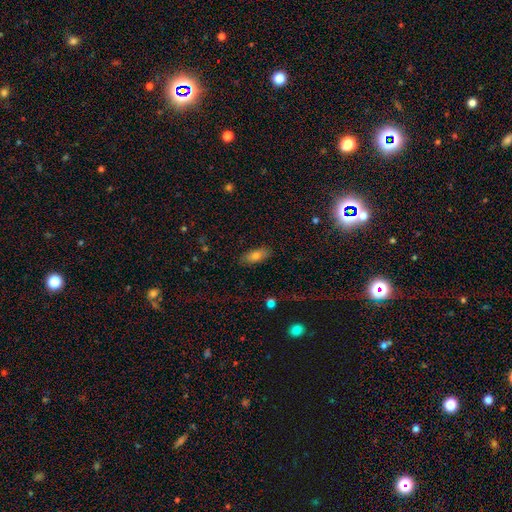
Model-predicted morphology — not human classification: Overall: smooth (77%). How rounded: in between (83%). Merging: none (86%).